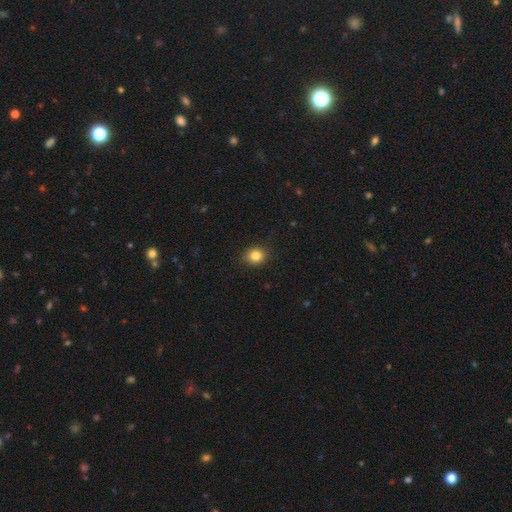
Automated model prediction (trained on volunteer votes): Q: Smooth or featured?
A: smooth (84%); runner-up: star or artifact (11%)
Q: How rounded?
A: round (77%); runner-up: in between (22%)
Q: Merging?
A: none (87%); runner-up: minor disturbance (10%)